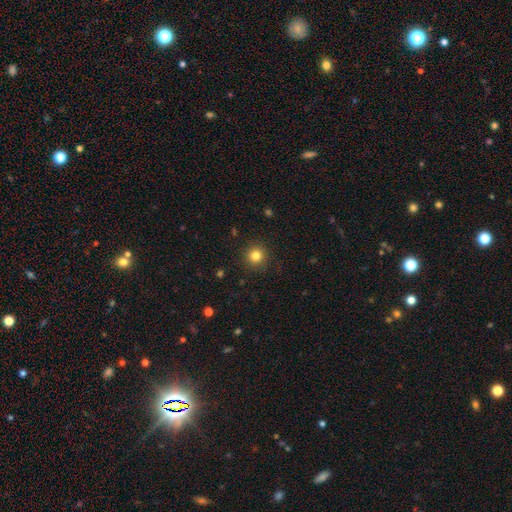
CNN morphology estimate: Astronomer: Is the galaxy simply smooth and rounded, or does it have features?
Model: smooth — 82%.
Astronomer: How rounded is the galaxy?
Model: round — 94%.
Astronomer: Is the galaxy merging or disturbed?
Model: none — 91%.